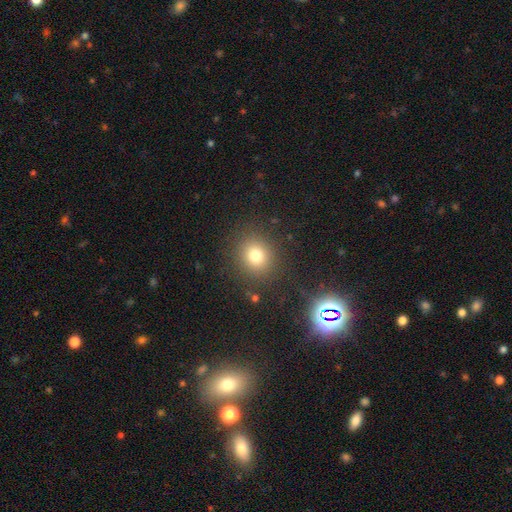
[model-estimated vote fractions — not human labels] smooth-or-featured: smooth: 77% | star or artifact: 15% | featured or disk: 8%
  how-rounded: round: 81% | in between: 18% | cigar-shaped: 1%
  merging: none: 87% | minor disturbance: 8% | major disturbance: 4% | merger: 2%